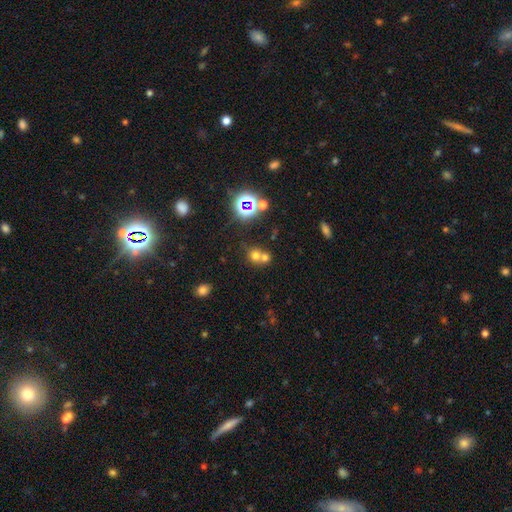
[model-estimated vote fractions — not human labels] Smooth or featured? smooth (63%)
How rounded? round (81%)
Merging? merger (51%)